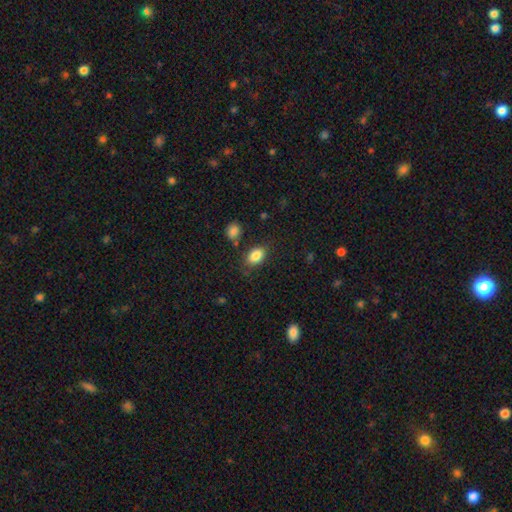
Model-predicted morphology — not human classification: smooth-or-featured: smooth: 85% | star or artifact: 8% | featured or disk: 6%
  how-rounded: in between: 86% | round: 13% | cigar-shaped: 2%
  merging: none: 78% | minor disturbance: 14% | merger: 4% | major disturbance: 4%